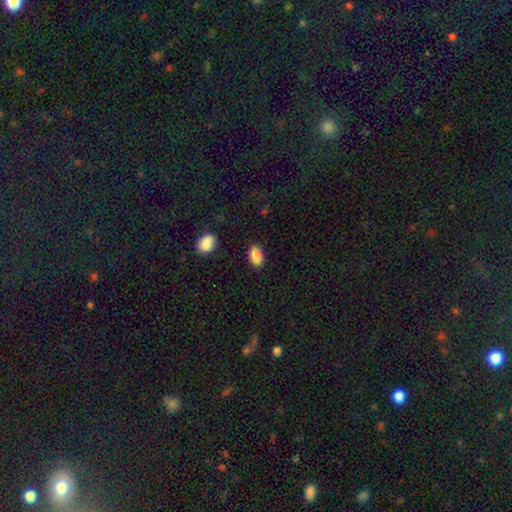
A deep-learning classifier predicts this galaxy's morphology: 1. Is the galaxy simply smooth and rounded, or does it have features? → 89% smooth, 7% star or artifact, 4% featured or disk.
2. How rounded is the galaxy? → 91% in between, 7% round, 2% cigar-shaped.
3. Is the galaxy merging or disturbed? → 86% none, 10% minor disturbance, 2% major disturbance, 2% merger.